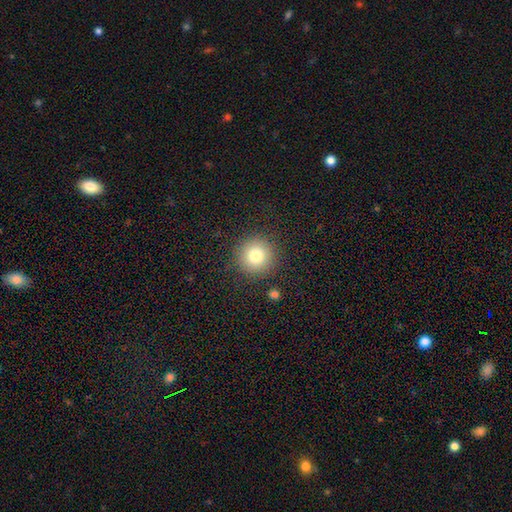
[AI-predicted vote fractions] Morphology: type=smooth (81%); roundness=round (94%); merging=none (89%).